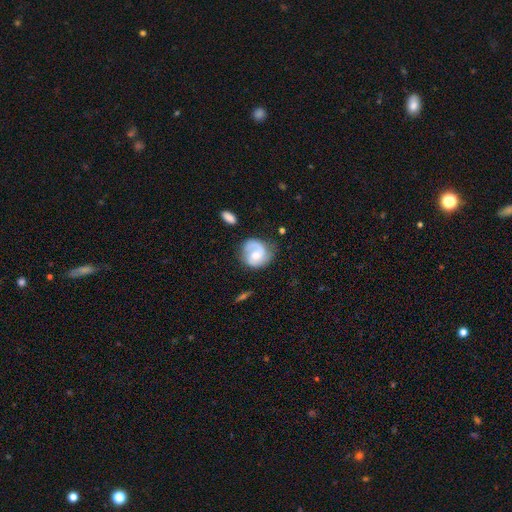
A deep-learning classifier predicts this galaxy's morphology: Overall: featured or disk (67%). Edge-on disk: no (98%). Bar: no (62%; weak 32%). Spiral arms: yes (90%). Spiral arm count: 2 (56%; 1 32%). Spiral winding: medium (40%; tight 37%). Bulge size: moderate (60%; small 32%). Merging: none (65%).